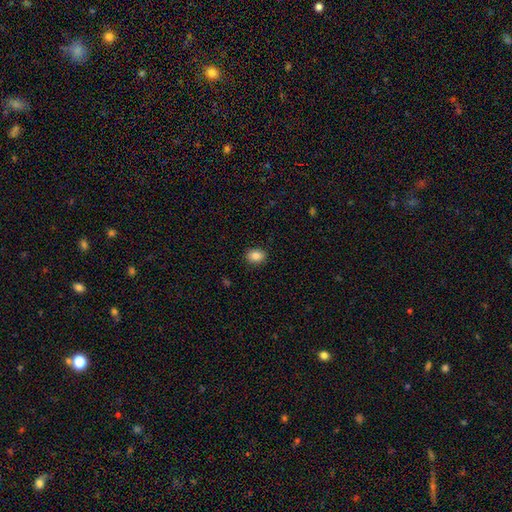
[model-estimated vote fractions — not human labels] This is clearly a smooth galaxy (86%). How rounded: likely in between (65%). Merging: clearly none (90%).